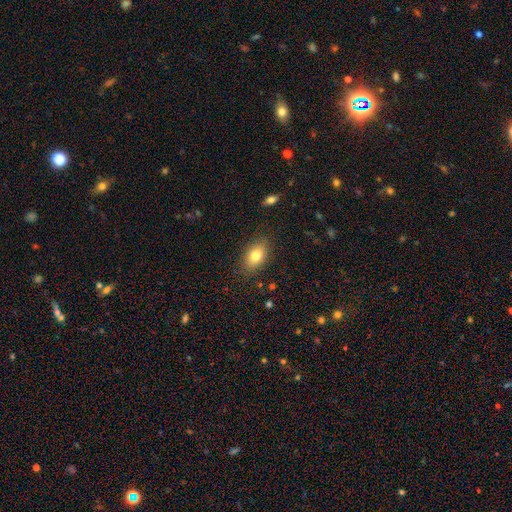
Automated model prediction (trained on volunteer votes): Overall: smooth (80%). How rounded: in between (88%). Merging: none (84%).